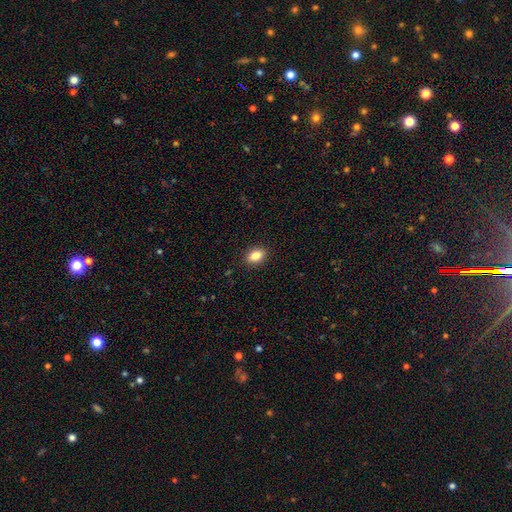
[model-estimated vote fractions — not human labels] smooth_or_featured: smooth (p=0.85) [alt: star or artifact p=0.09]
how_rounded: in between (p=0.77) [alt: round p=0.21]
merging: none (p=0.90) [alt: minor disturbance p=0.07]